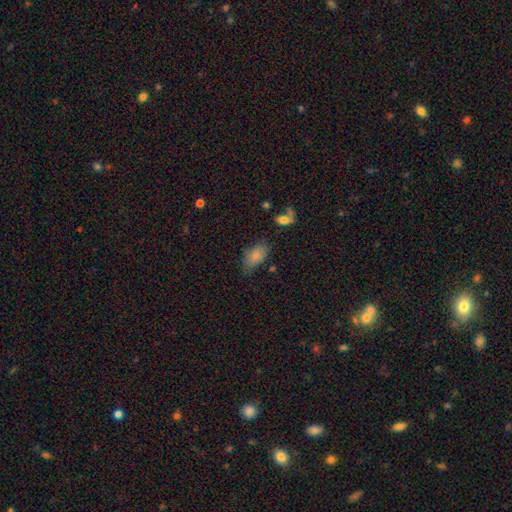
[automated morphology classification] smooth-or-featured: smooth: 82% | featured or disk: 10% | star or artifact: 8%
  how-rounded: in between: 92% | round: 5% | cigar-shaped: 3%
  merging: none: 66% | minor disturbance: 24% | major disturbance: 7% | merger: 3%